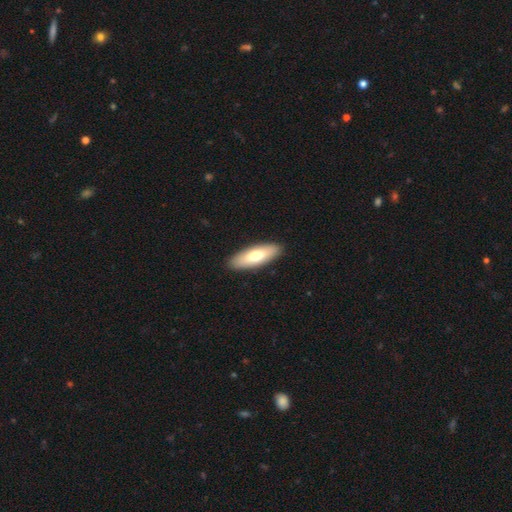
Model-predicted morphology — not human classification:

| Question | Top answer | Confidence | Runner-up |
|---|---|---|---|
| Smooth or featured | smooth | 72% | featured or disk (23%) |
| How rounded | in between | 61% | cigar-shaped (37%) |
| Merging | none | 90% | minor disturbance (7%) |